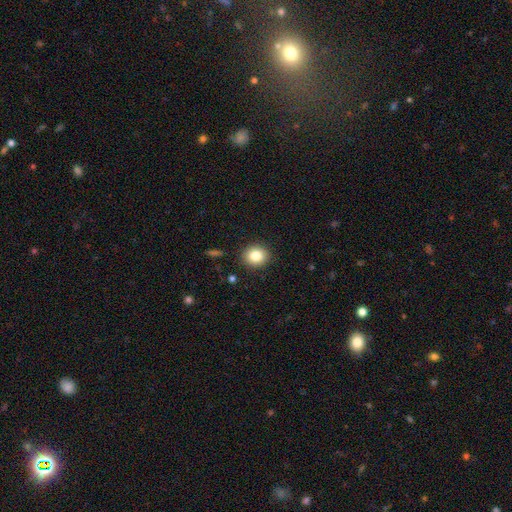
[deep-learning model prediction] smooth-or-featured: smooth: 83% | star or artifact: 10% | featured or disk: 7%
  how-rounded: round: 80% | in between: 20% | cigar-shaped: 1%
  merging: none: 90% | minor disturbance: 7% | major disturbance: 2% | merger: 1%